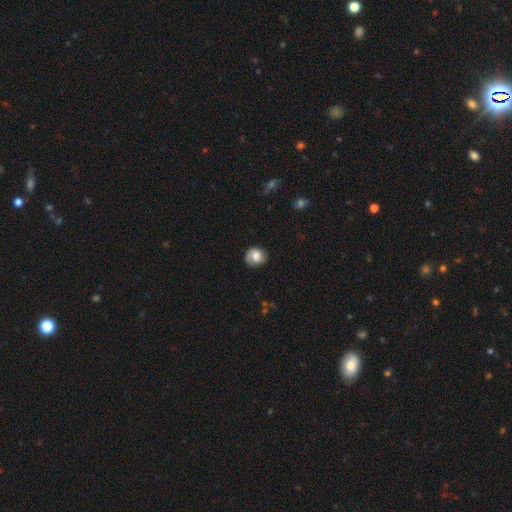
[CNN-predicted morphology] Q: Smooth or featured?
A: smooth (69%); runner-up: featured or disk (23%)
Q: How rounded?
A: round (78%); runner-up: in between (21%)
Q: Merging?
A: none (76%); runner-up: minor disturbance (18%)